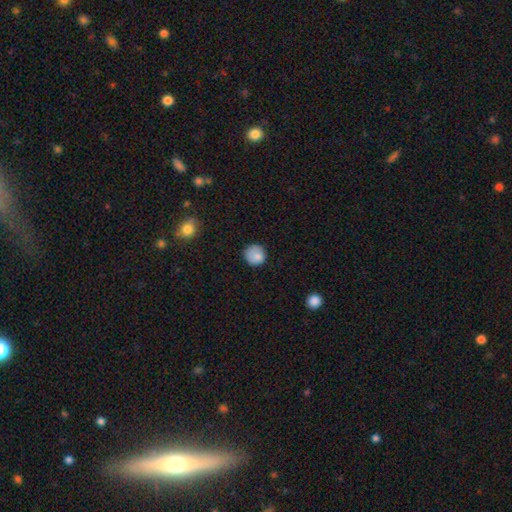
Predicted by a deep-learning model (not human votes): This appears to be a smooth galaxy with no disk features (82%) that is round (90%). Merging: none (74%).